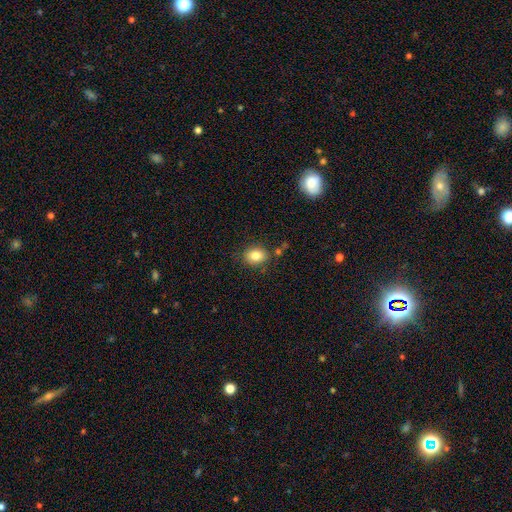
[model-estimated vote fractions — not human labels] Smooth or featured? Predicted: smooth (p=0.83). How rounded? Predicted: in between (p=0.55). Merging? Predicted: none (p=0.81).